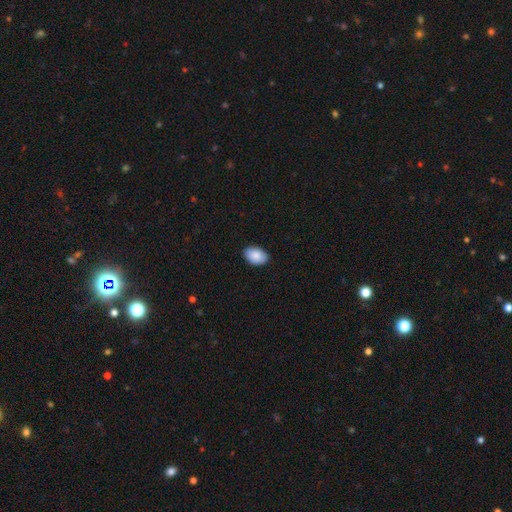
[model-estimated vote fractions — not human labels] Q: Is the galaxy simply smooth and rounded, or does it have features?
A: smooth — 89%.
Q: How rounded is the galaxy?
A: in between — 89%.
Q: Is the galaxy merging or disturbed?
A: none — 88%.